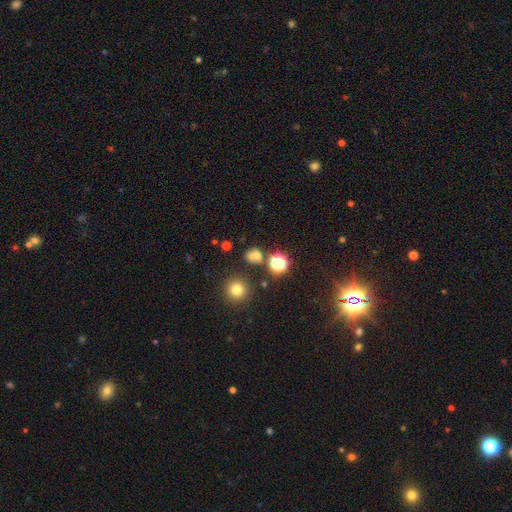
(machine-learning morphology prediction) Smooth or featured: smooth — 57% (star or artifact — 33%)
How rounded: round — 76% (in between — 22%)
Merging: none — 67% (merger — 16%)